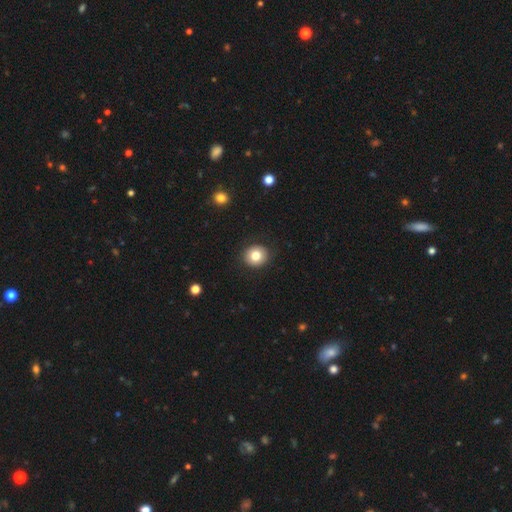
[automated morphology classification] type=smooth (81%); roundness=round (86%); merging=none (91%).